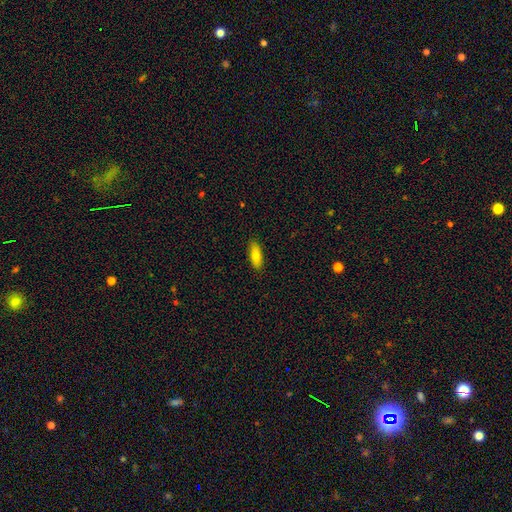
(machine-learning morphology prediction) Smooth or featured? smooth (78%)
How rounded? in between (67%)
Merging? none (89%)